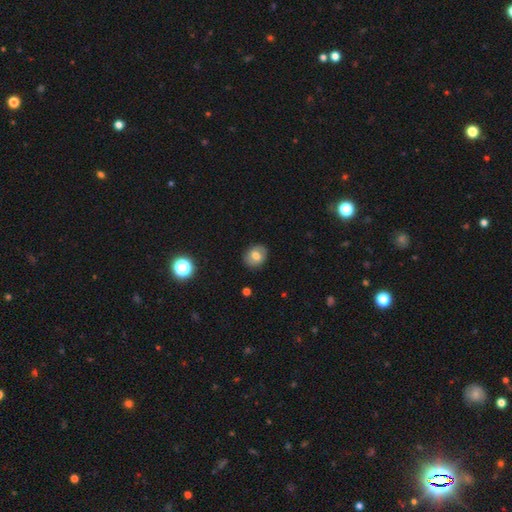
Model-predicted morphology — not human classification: smooth_or_featured: smooth (p=0.66) [alt: featured or disk p=0.24]
how_rounded: round (p=0.64) [alt: in between p=0.35]
merging: none (p=0.84) [alt: minor disturbance p=0.12]